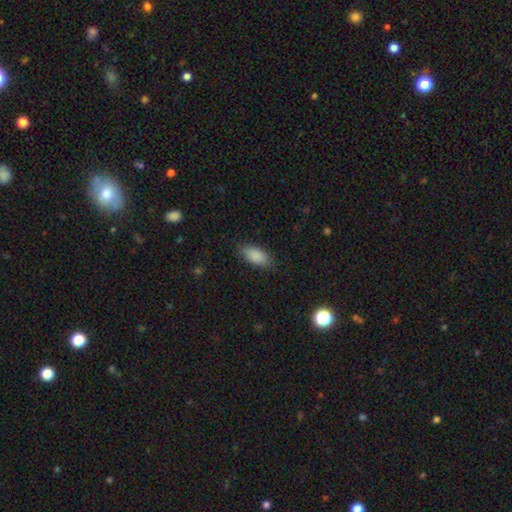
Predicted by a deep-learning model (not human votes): smooth 88%, star or artifact 7%, featured or disk 5%. Down the decision tree: how rounded — in between (88%); merging — none (83%).